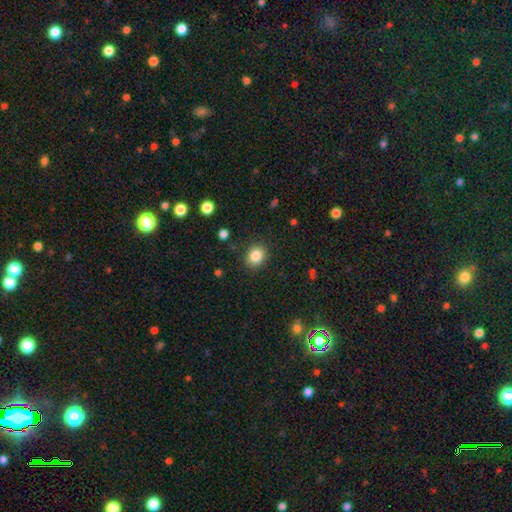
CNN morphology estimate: Smooth or featured? Predicted: smooth (p=0.85). How rounded? Predicted: round (p=0.62). Merging? Predicted: none (p=0.88).